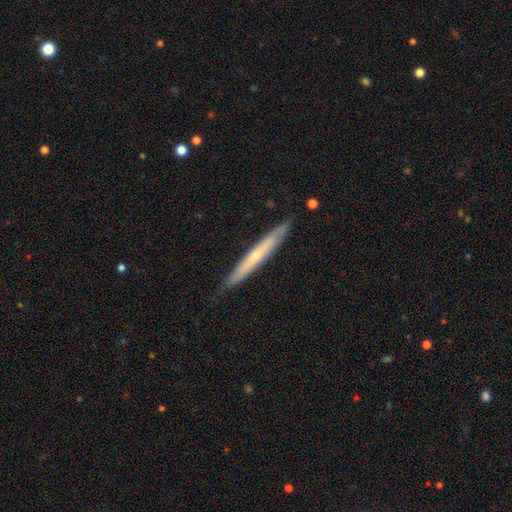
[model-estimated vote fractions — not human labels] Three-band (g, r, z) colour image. It shows a featured or disk galaxy (49%). Merging: none (86%).